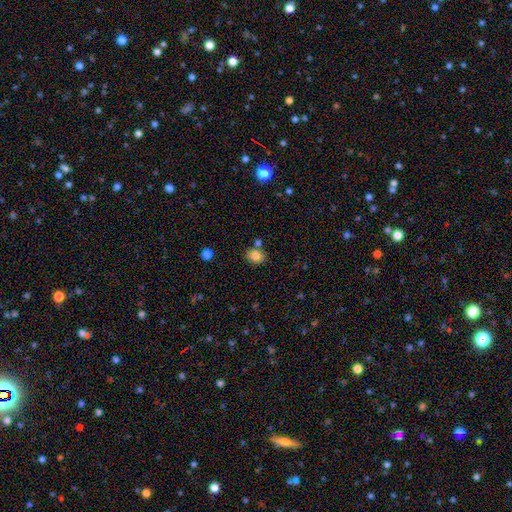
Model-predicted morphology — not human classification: A smooth galaxy with no disk features (82%) that is in between round and cigar-shaped (52%). Merging: none (74%).